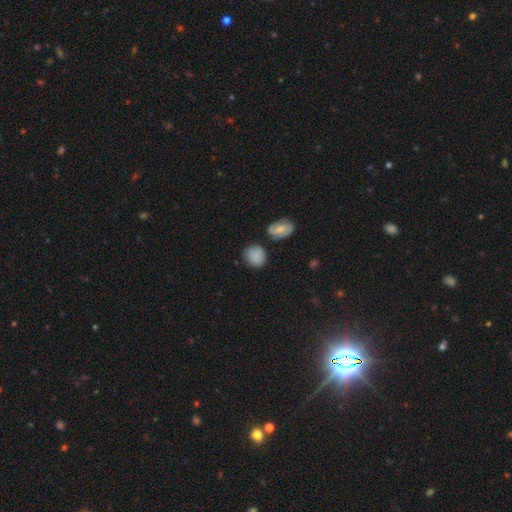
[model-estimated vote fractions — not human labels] This appears to be a smooth galaxy with no disk features (81%) that is round (74%). Merging: none (70%).